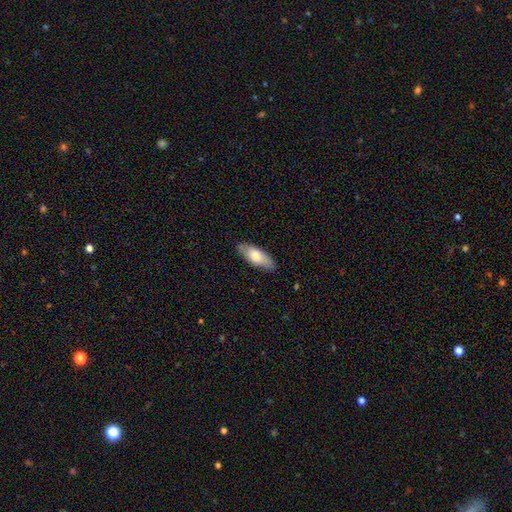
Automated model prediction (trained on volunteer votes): A smooth galaxy with no disk features (69%) that is in between round and cigar-shaped (79%).

Vote fractions:
- Smooth or featured? smooth: 69% / featured or disk: 25% / star or artifact: 6%
- How rounded? in between: 79% / cigar-shaped: 19% / round: 2%
- Merging? none: 85% / minor disturbance: 12% / major disturbance: 2% / merger: 1%